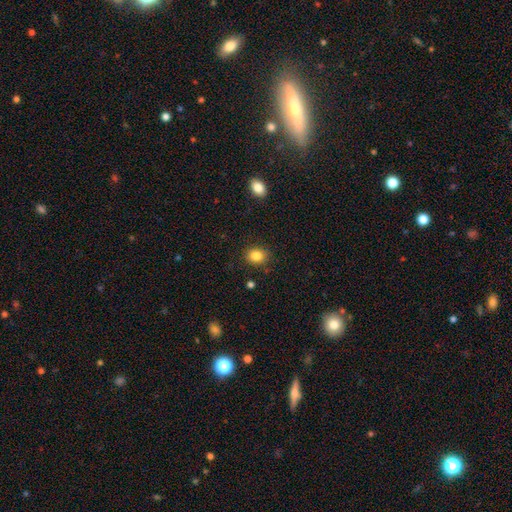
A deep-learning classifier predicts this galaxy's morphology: This is clearly a smooth galaxy (85%). How rounded: possibly round (52%). Merging: clearly none (86%).